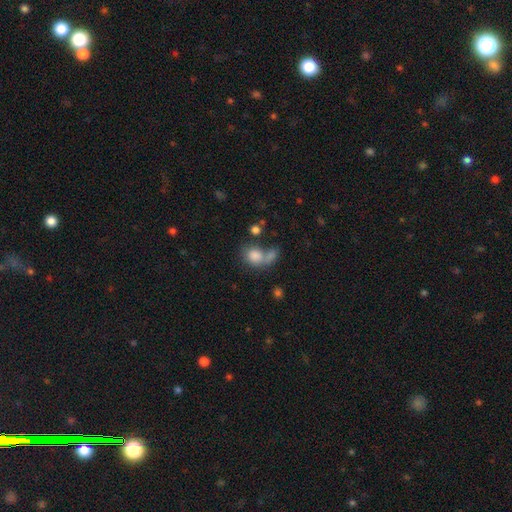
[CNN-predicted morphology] Smooth or featured? Predicted: smooth (p=0.79). How rounded? Predicted: round (p=0.59). Merging? Predicted: merger (p=0.41).